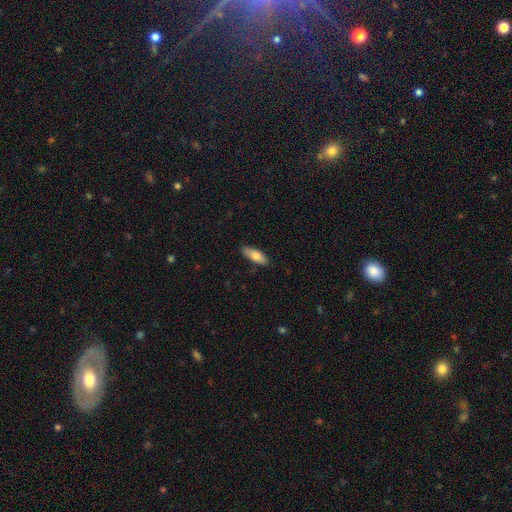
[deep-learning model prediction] smooth 76%, featured or disk 18%, star or artifact 6%. Down the decision tree: how rounded — in between (64%); merging — none (87%).